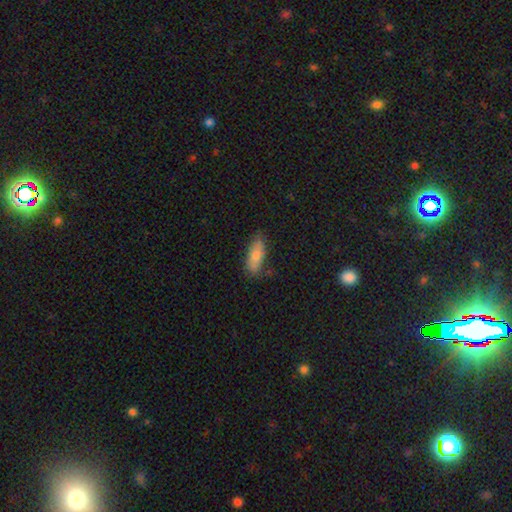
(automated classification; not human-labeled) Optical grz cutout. It shows a smooth galaxy with no disk features (76%) that is in between round and cigar-shaped (70%). Merging: none (70%).